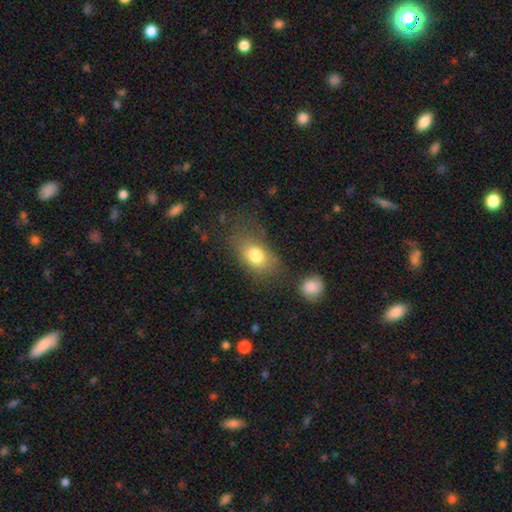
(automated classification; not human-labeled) smooth_or_featured: smooth (p=0.76) [alt: featured or disk p=0.15]
how_rounded: in between (p=0.80) [alt: round p=0.17]
merging: none (p=0.60) [alt: minor disturbance p=0.22]